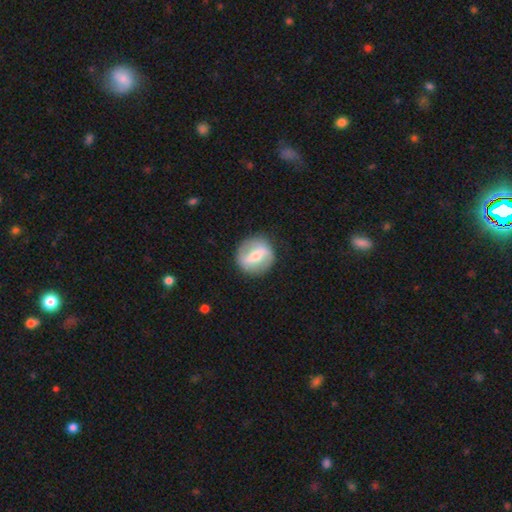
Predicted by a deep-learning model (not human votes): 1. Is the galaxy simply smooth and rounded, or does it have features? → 62% featured or disk, 32% smooth, 6% star or artifact.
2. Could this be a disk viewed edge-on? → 91% no, 9% yes.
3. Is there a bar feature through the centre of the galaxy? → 64% strong, 25% weak, 10% no.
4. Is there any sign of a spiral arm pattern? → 56% no, 44% yes.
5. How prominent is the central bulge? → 55% moderate, 35% small, 7% large, 2% none, 1% dominant.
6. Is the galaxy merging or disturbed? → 87% none, 9% minor disturbance, 3% major disturbance, 1% merger.